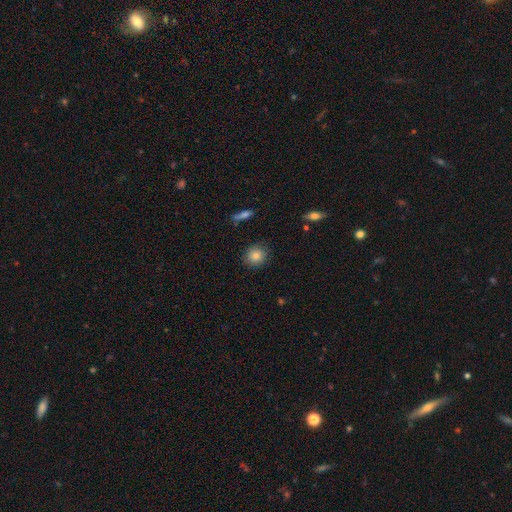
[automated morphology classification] Smooth or featured: smooth — 84% (star or artifact — 10%)
How rounded: round — 83% (in between — 16%)
Merging: none — 86% (minor disturbance — 10%)